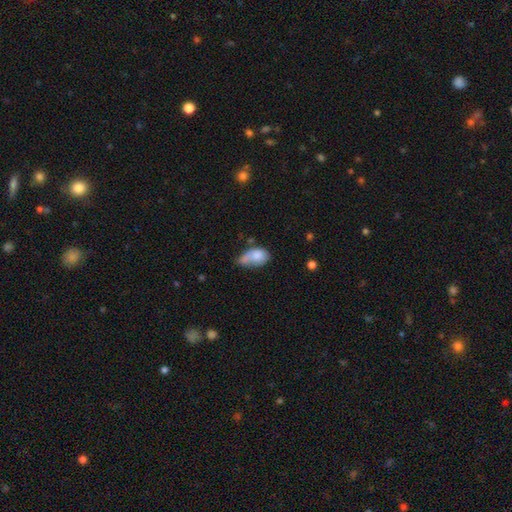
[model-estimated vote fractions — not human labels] A smooth galaxy with no disk features (77%) that is in between round and cigar-shaped (87%).

Vote fractions:
- Smooth or featured? smooth: 77% / featured or disk: 16% / star or artifact: 8%
- How rounded? in between: 87% / round: 11% / cigar-shaped: 2%
- Merging? minor disturbance: 36% / none: 28% / major disturbance: 22% / merger: 15%